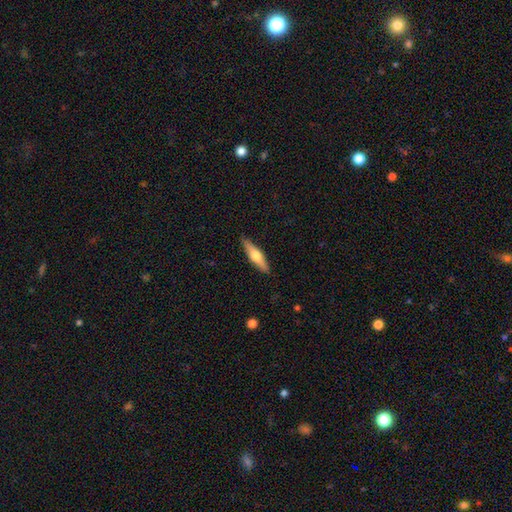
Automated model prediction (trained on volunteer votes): Smooth or featured? featured or disk (50%)
Edge-on disk? yes (94%)
Merging? none (90%)